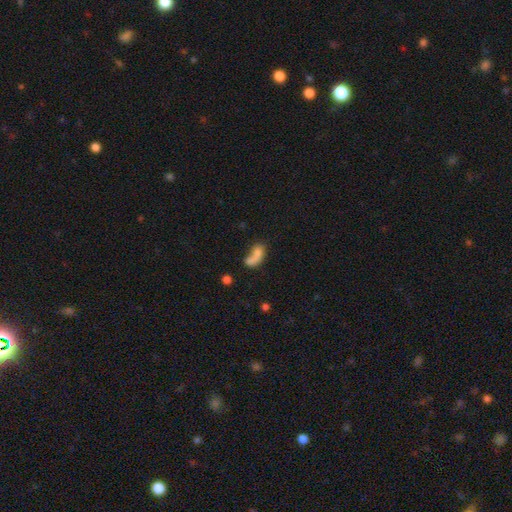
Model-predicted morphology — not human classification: Q: Smooth or featured?
A: smooth (67%); runner-up: featured or disk (22%)
Q: How rounded?
A: in between (74%); runner-up: round (14%)
Q: Merging?
A: merger (37%); runner-up: none (28%)